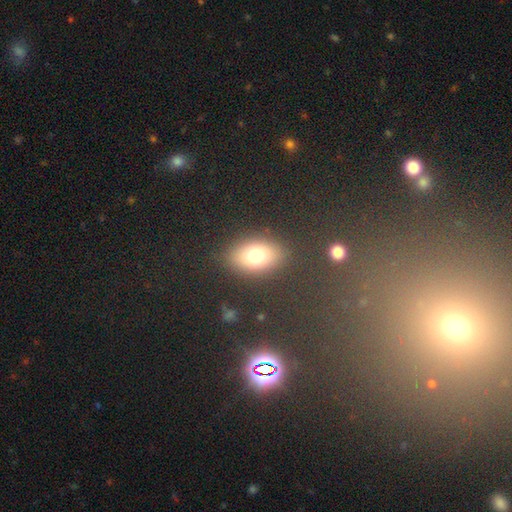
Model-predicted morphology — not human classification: This is likely a smooth galaxy (76%). How rounded: clearly in between (81%). Merging: clearly none (85%).